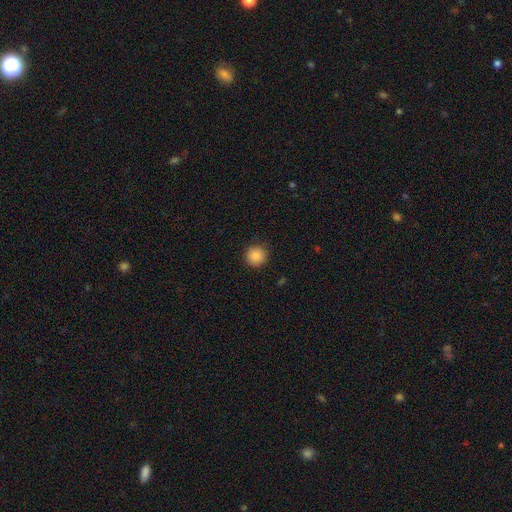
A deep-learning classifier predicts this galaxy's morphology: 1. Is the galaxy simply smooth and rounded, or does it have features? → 87% smooth, 10% star or artifact, 3% featured or disk.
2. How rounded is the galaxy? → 95% round, 5% in between, 1% cigar-shaped.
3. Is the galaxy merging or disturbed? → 89% none, 7% minor disturbance, 2% major disturbance, 1% merger.